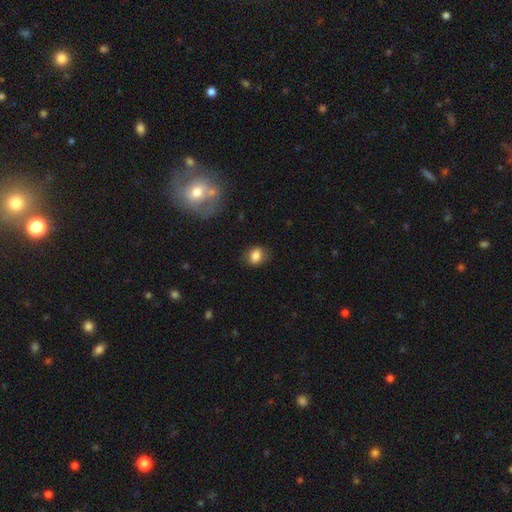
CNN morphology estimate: Smooth or featured?
  - smooth: 84% *
  - star or artifact: 9%
  - featured or disk: 7%
How rounded?
  - in between: 51% *
  - round: 48%
  - cigar-shaped: 1%
Merging?
  - none: 80% *
  - minor disturbance: 15%
  - major disturbance: 4%
  - merger: 1%